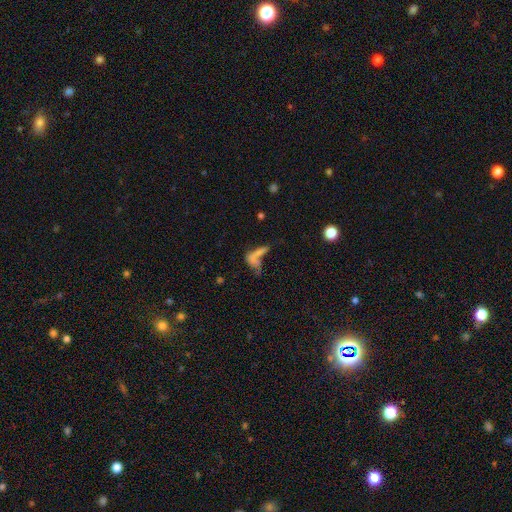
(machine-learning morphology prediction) Smooth or featured? Predicted: smooth (p=0.59). How rounded? Predicted: in between (p=0.48). Merging? Predicted: merger (p=0.43).